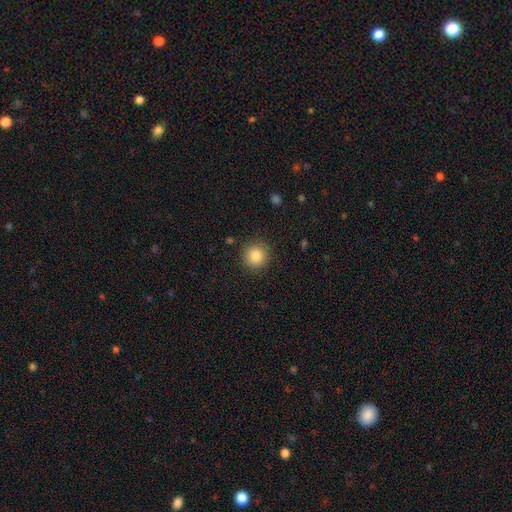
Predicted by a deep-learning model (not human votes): Morphology: type=smooth (84%); roundness=round (93%); merging=none (90%).